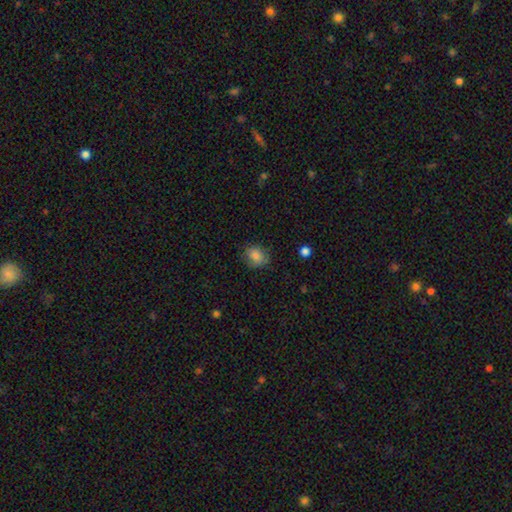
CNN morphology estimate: This is clearly a smooth galaxy (82%). How rounded: possibly round (56%). Merging: likely none (74%).